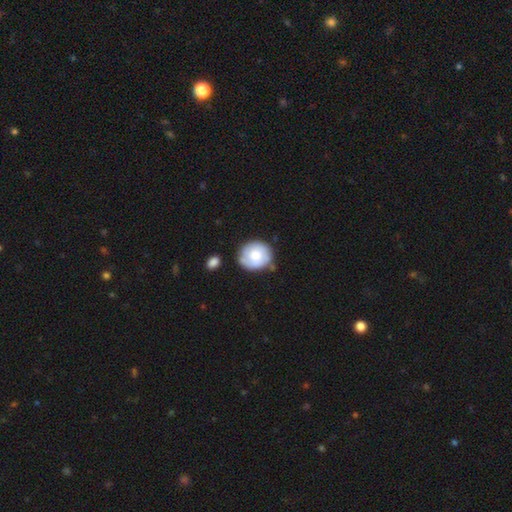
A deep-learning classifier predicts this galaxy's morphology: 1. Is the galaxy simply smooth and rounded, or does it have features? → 50% smooth, 44% featured or disk, 6% star or artifact.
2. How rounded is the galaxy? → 79% round, 20% in between, 1% cigar-shaped.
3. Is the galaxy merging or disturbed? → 70% none, 20% minor disturbance, 5% major disturbance, 5% merger.